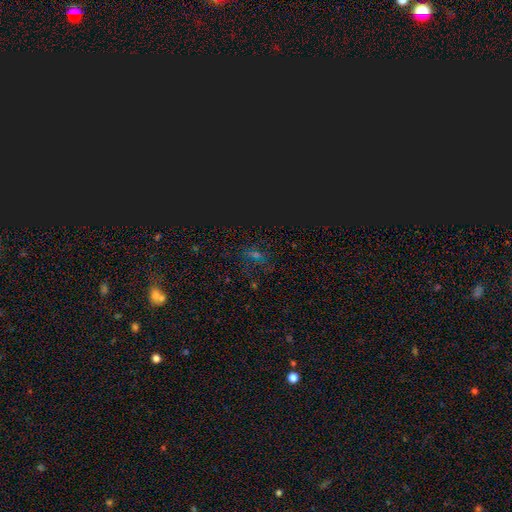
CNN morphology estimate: A star or artifact, not a galaxy (58%).